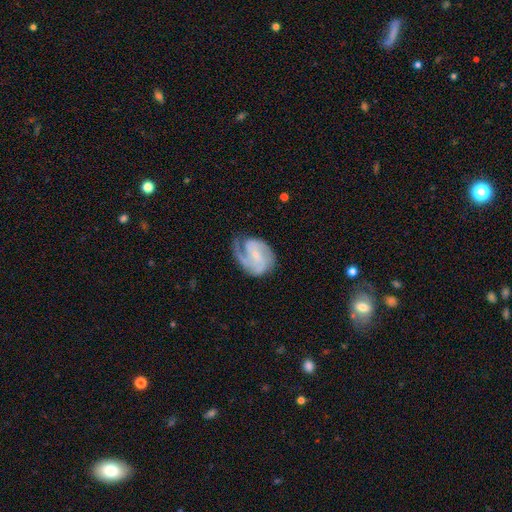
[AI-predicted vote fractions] Smooth or featured? featured or disk (81%)
Edge-on disk? no (98%)
Bar? weak (48%)
Spiral arms? yes (94%)
Spiral winding? medium (44%)
Spiral arm count? 2 (43%)
Bulge size? small (68%)
Merging? none (50%)